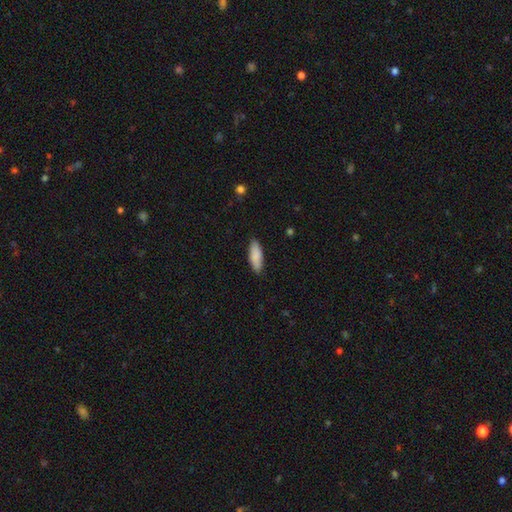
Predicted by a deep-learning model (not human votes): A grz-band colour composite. It shows a smooth galaxy with no disk features (87%) that is in between round and cigar-shaped (65%). Merging: none (86%).